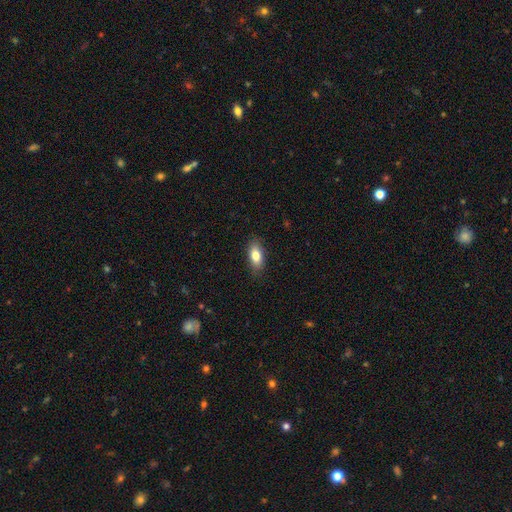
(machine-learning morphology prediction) Smooth or featured? Predicted: smooth (p=0.81). How rounded? Predicted: in between (p=0.85). Merging? Predicted: none (p=0.85).